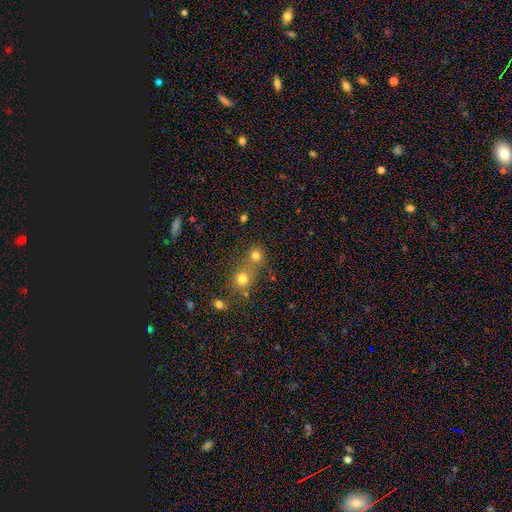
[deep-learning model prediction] This is likely a smooth galaxy (77%). How rounded: clearly round (86%). Merging: possibly none (51%).